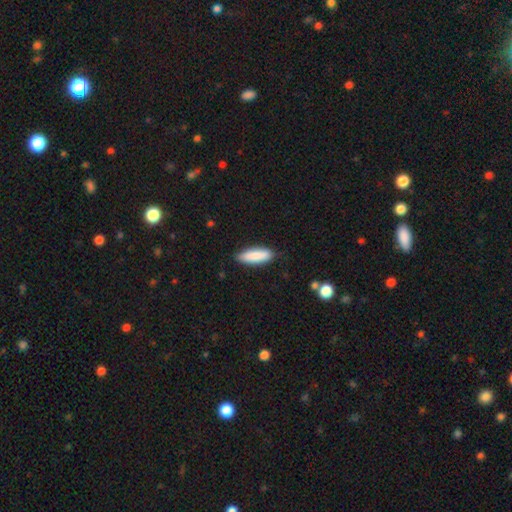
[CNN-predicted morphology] A smooth galaxy with no disk features (86%) that is in between round and cigar-shaped (54%). Merging: none (83%).